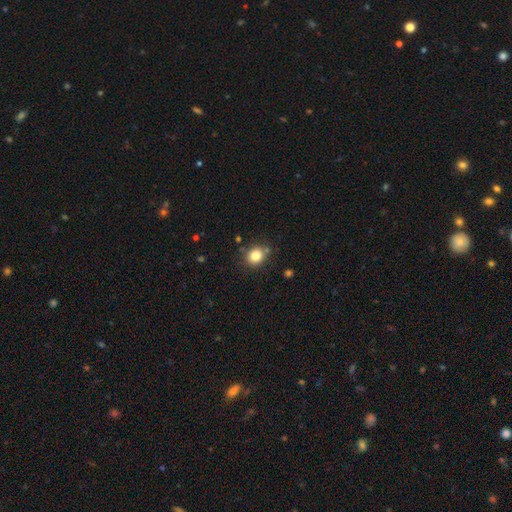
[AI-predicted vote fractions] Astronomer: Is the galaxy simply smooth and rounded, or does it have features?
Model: smooth — 83%.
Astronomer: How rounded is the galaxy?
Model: round — 65%.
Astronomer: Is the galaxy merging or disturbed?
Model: none — 79%.